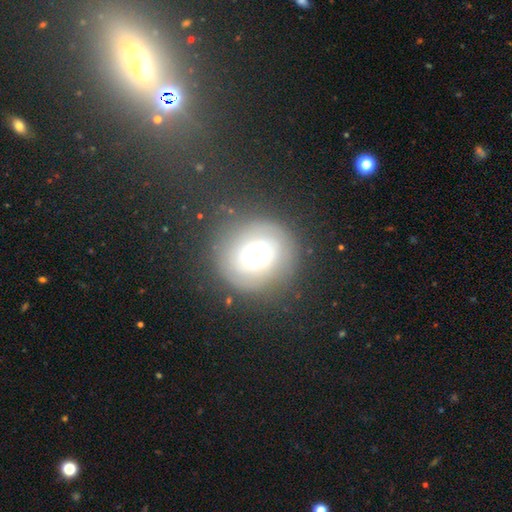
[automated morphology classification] A smooth galaxy with no disk features (53%) that is round (86%).

Vote fractions:
- Smooth or featured? smooth: 53% / featured or disk: 35% / star or artifact: 13%
- How rounded? round: 86% / in between: 13% / cigar-shaped: 1%
- Merging? none: 72% / minor disturbance: 15% / major disturbance: 10% / merger: 2%